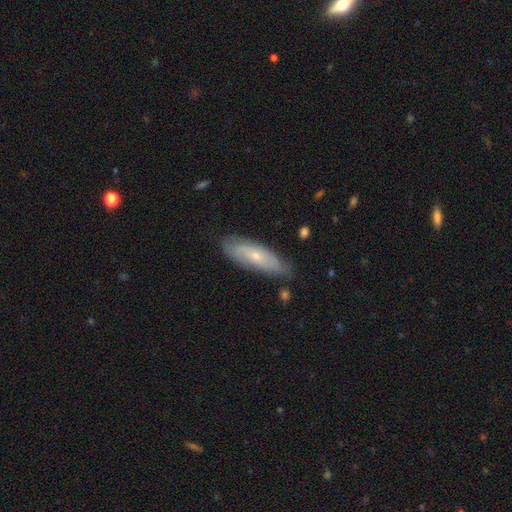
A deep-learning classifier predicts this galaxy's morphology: Q: Smooth or featured?
A: smooth (48%); runner-up: featured or disk (45%)
Q: Merging?
A: none (78%); runner-up: minor disturbance (18%)